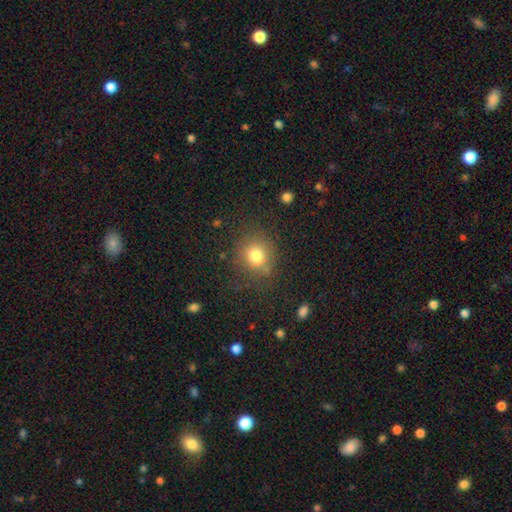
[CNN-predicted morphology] Smooth or featured?
  - smooth: 78% *
  - star or artifact: 13%
  - featured or disk: 8%
How rounded?
  - round: 84% *
  - in between: 15%
  - cigar-shaped: 1%
Merging?
  - none: 77% *
  - minor disturbance: 14%
  - major disturbance: 6%
  - merger: 3%